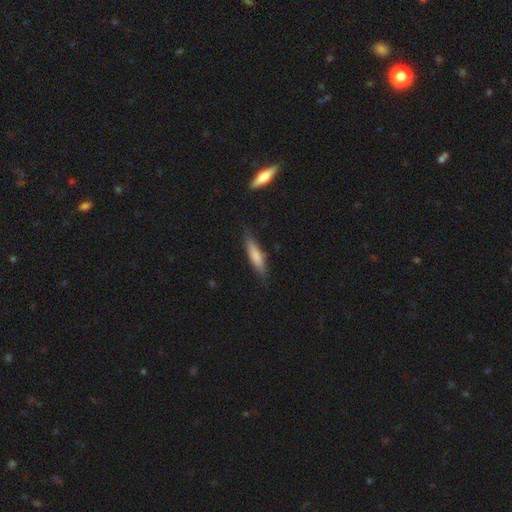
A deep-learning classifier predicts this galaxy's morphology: type=smooth (73%); roundness=cigar-shaped (79%); merging=none (80%).